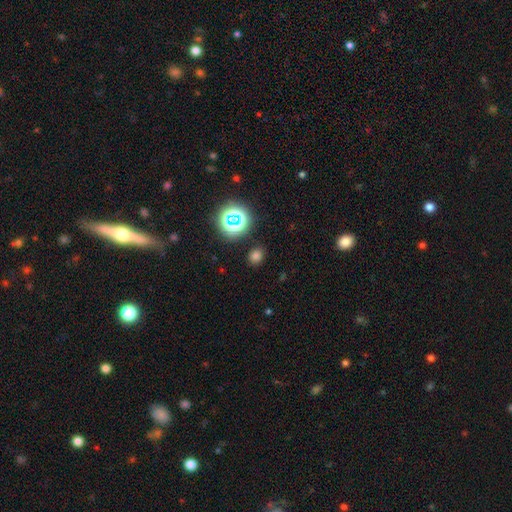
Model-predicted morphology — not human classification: Smooth or featured: smooth — 70% (star or artifact — 25%)
How rounded: round — 61% (in between — 38%)
Merging: none — 86% (minor disturbance — 9%)